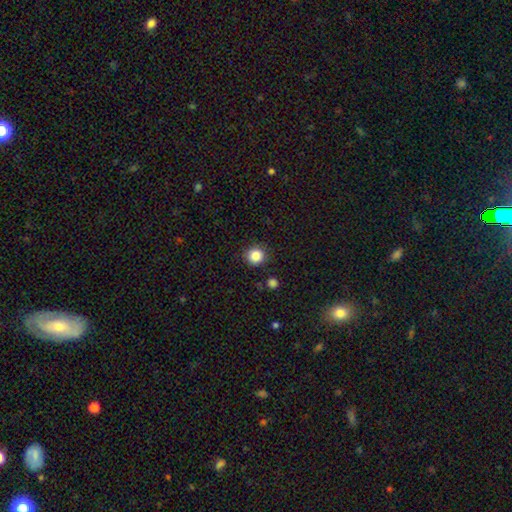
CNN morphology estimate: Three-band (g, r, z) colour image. It shows a smooth galaxy with no disk features (85%) that is round (92%). Merging: none (88%).